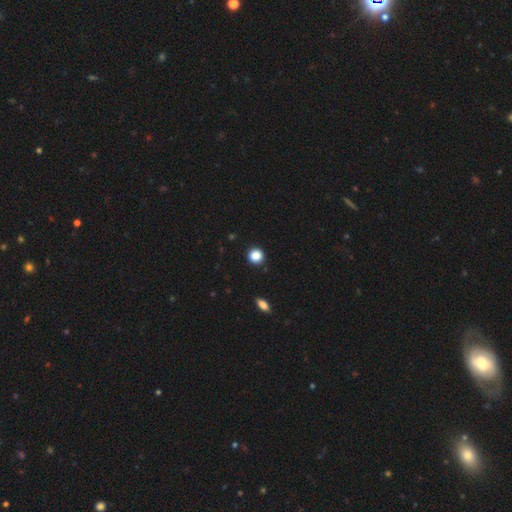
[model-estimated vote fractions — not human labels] smooth_or_featured: smooth (p=0.87) [alt: star or artifact p=0.10]
how_rounded: round (p=0.92) [alt: in between p=0.07]
merging: none (p=0.92) [alt: minor disturbance p=0.05]